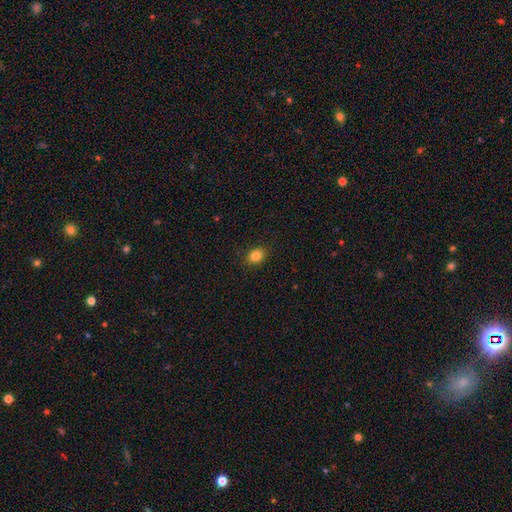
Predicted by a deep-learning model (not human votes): smooth-or-featured: smooth: 85% | star or artifact: 11% | featured or disk: 5%
  how-rounded: round: 50% | in between: 49% | cigar-shaped: 1%
  merging: none: 89% | minor disturbance: 8% | major disturbance: 2% | merger: 1%